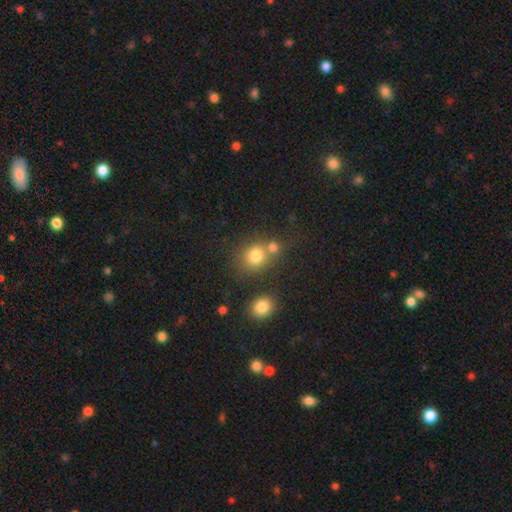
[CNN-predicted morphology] Smooth or featured? smooth (78%)
How rounded? round (76%)
Merging? none (53%)